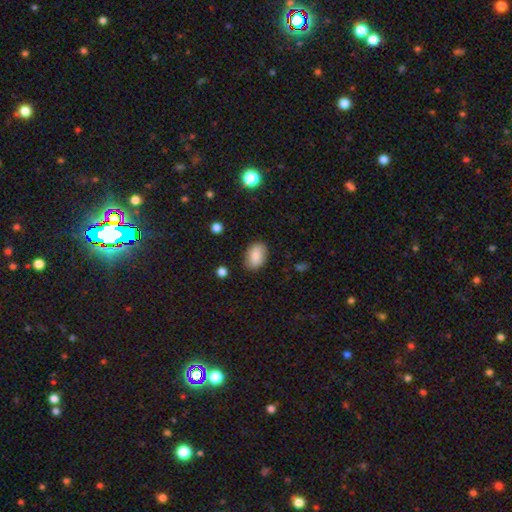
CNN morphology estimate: Smooth or featured? Predicted: smooth (p=0.82). How rounded? Predicted: in between (p=0.87). Merging? Predicted: none (p=0.84).